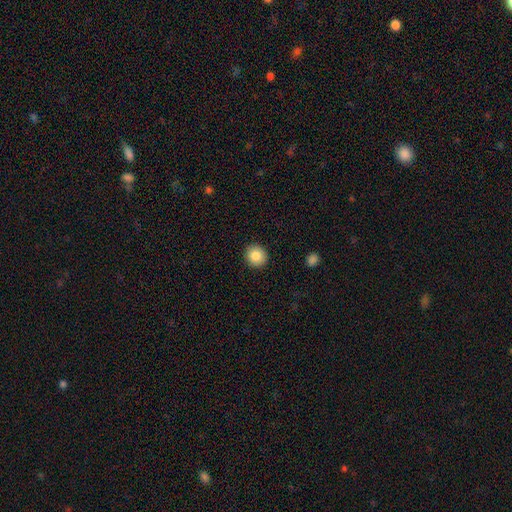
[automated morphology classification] type=smooth (85%); roundness=round (89%); merging=none (92%).